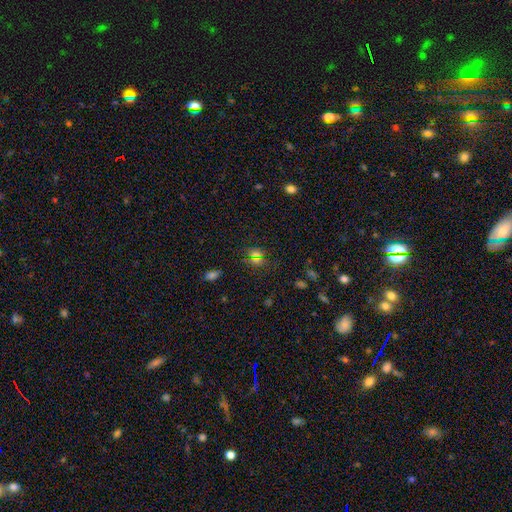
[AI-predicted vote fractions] smooth 48%, star or artifact 43%, featured or disk 9%. Down the decision tree: merging — none (77%).